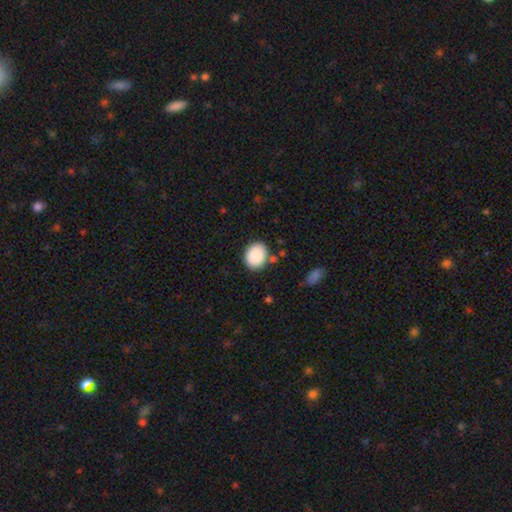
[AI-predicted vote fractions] A smooth galaxy with no disk features (89%) that is round (58%).

Vote fractions:
- Smooth or featured? smooth: 89% / star or artifact: 7% / featured or disk: 4%
- How rounded? round: 58% / in between: 41% / cigar-shaped: 1%
- Merging? none: 82% / minor disturbance: 11% / merger: 4% / major disturbance: 3%